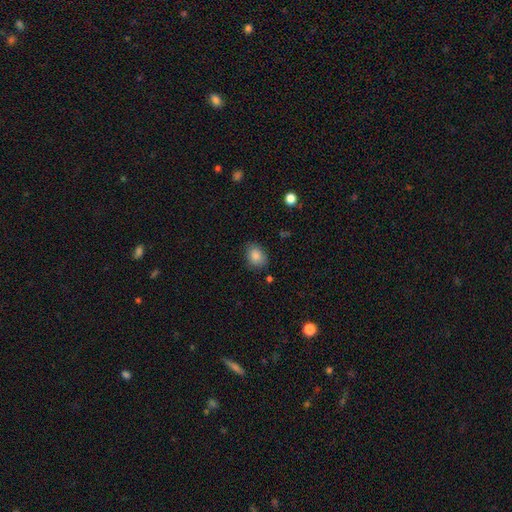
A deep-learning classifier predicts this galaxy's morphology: This appears to be a smooth galaxy with no disk features (86%) that is in between round and cigar-shaped (62%). Merging: none (80%).